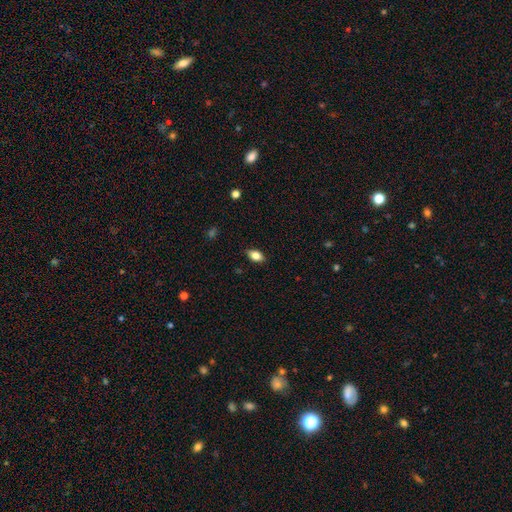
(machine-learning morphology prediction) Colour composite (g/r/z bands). It shows a smooth galaxy with no disk features (82%) that is in between round and cigar-shaped (88%). Merging: none (86%).